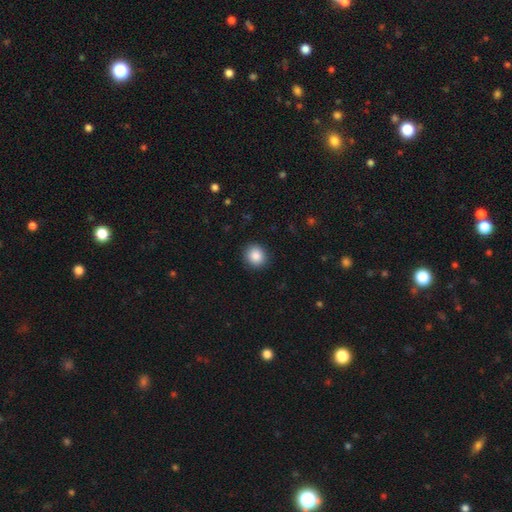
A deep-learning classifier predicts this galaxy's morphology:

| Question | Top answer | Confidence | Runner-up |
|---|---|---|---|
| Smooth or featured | smooth | 87% | star or artifact (9%) |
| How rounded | round | 83% | in between (16%) |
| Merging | none | 90% | minor disturbance (7%) |